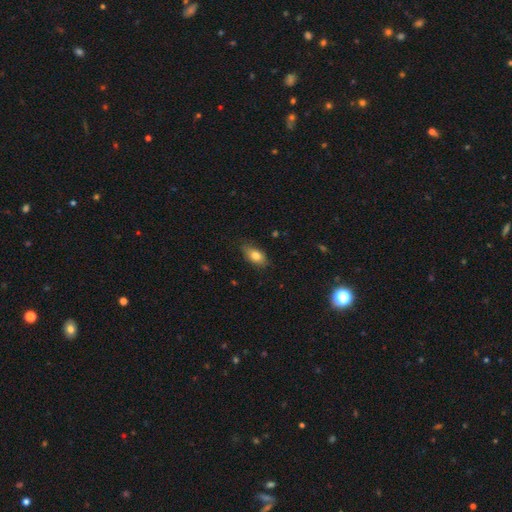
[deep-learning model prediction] Smooth or featured: smooth — 79% (featured or disk — 13%)
How rounded: in between — 87% (round — 8%)
Merging: none — 77% (minor disturbance — 19%)